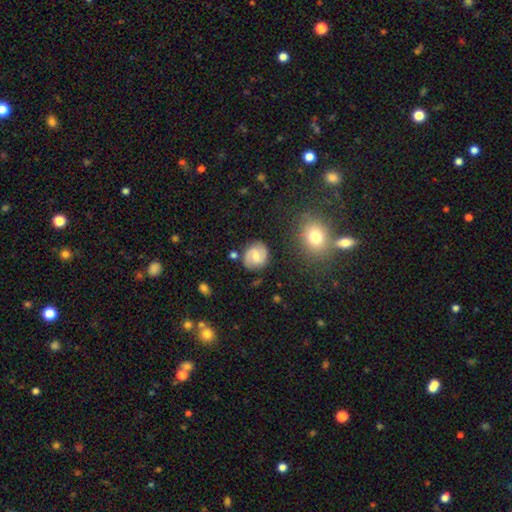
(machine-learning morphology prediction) Smooth or featured?
  - featured or disk: 69% *
  - smooth: 24%
  - star or artifact: 7%
Edge-on disk?
  - no: 98% *
  - yes: 2%
Bar?
  - weak: 53% *
  - no: 34%
  - strong: 14%
Spiral arms?
  - yes: 93% *
  - no: 7%
Spiral winding?
  - medium: 49% *
  - tight: 31%
  - loose: 20%
Spiral arm count?
  - 2: 89% *
  - can't tell: 5%
  - 1: 2%
  - 3: 2%
  - 4: 1%
  - more than 4: 1%
Bulge size?
  - moderate: 49% *
  - small: 39%
  - none: 7%
  - large: 4%
  - dominant: 1%
Merging?
  - none: 81% *
  - minor disturbance: 12%
  - major disturbance: 4%
  - merger: 3%